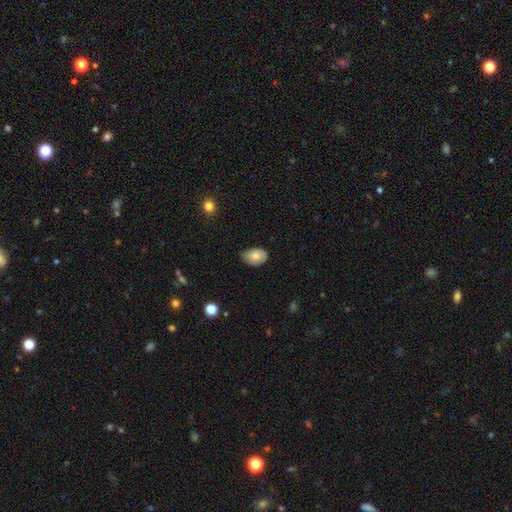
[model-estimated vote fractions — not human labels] The model was most divided on "merging": none: 63%, minor disturbance: 31%, major disturbance: 5%, merger: 1%. More confident: how rounded — in between (83%); smooth or featured — smooth (80%).